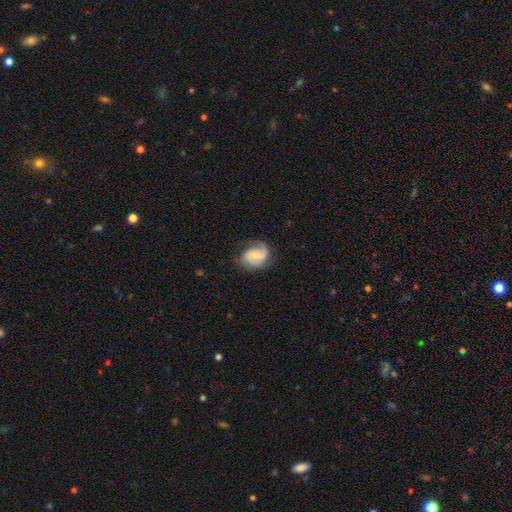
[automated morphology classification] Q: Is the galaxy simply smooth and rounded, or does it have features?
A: featured or disk — 60%.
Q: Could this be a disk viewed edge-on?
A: no — 97%.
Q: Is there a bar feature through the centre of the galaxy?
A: no — 57%.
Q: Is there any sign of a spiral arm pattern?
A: yes — 89%.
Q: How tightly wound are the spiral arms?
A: medium — 42%.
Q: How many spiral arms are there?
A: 2 — 68%.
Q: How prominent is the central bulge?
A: small — 51%.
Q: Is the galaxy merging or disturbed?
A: none — 67%.